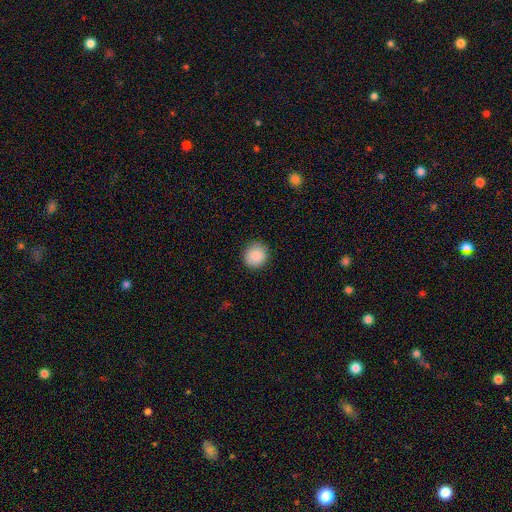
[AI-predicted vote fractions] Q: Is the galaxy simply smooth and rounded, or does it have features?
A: smooth — 89%.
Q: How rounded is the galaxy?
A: round — 90%.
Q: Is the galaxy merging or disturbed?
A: none — 90%.